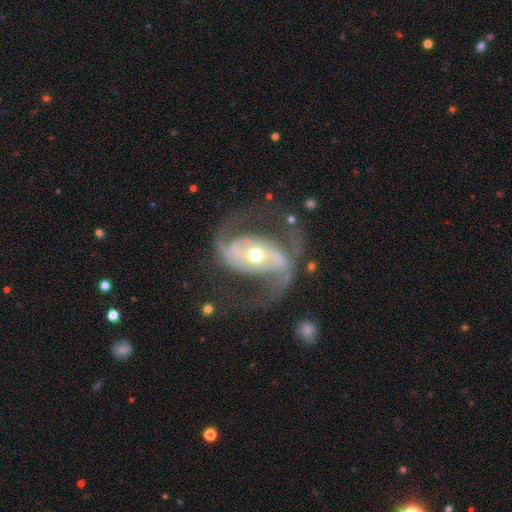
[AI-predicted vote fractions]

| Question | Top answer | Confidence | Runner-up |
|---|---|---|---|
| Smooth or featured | featured or disk | 92% | star or artifact (4%) |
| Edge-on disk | no | 97% | yes (3%) |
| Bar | strong | 44% | weak (30%) |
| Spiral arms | yes | 96% | no (4%) |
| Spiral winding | medium | 53% | loose (34%) |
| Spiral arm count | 2 | 92% | can't tell (2%) |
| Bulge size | moderate | 60% | small (33%) |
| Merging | none | 67% | major disturbance (16%) |